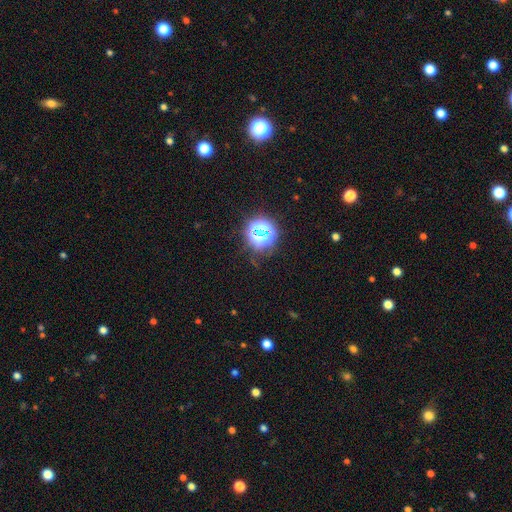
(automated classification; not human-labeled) Q: Smooth or featured?
A: star or artifact (79%); runner-up: smooth (14%)